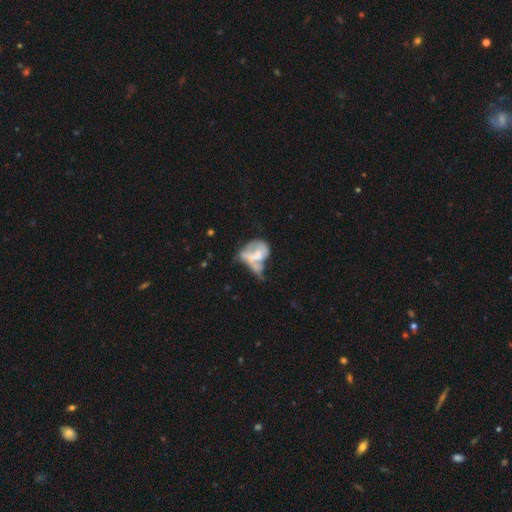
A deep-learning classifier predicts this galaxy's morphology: Q: Smooth or featured?
A: featured or disk (47%); runner-up: smooth (43%)
Q: Merging?
A: major disturbance (37%); runner-up: merger (30%)